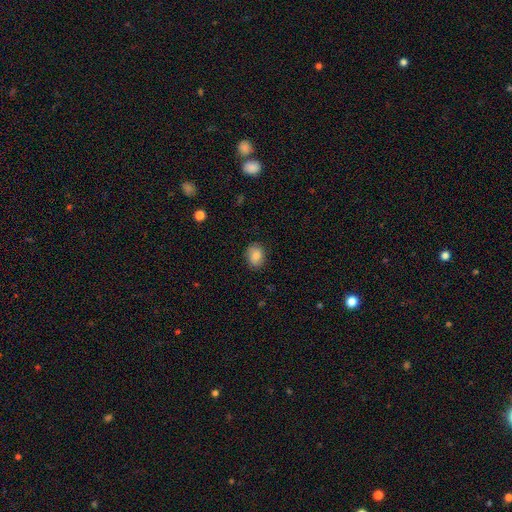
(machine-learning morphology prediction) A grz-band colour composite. It shows a smooth galaxy with no disk features (84%) that is in between round and cigar-shaped (55%). Merging: none (85%).